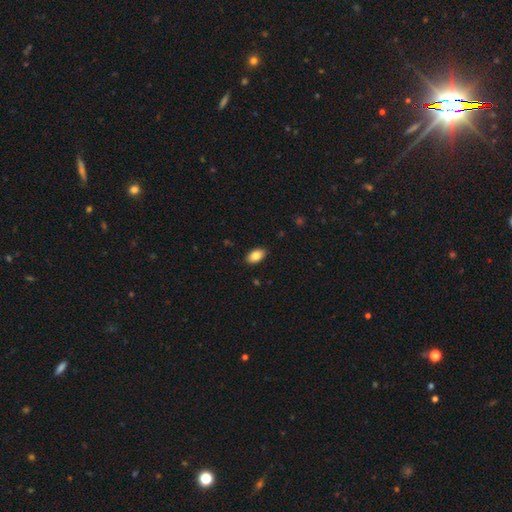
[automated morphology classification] This appears to be a smooth galaxy with no disk features (85%) that is in between round and cigar-shaped (93%). Merging: none (89%).